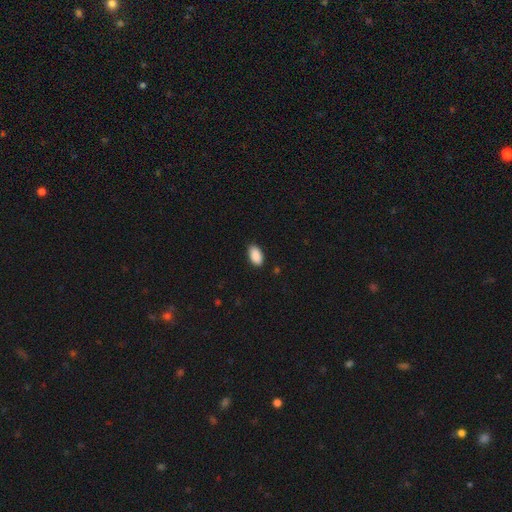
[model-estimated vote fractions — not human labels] This appears to be a smooth galaxy with no disk features (91%) that is in between round and cigar-shaped (95%). Merging: none (86%).